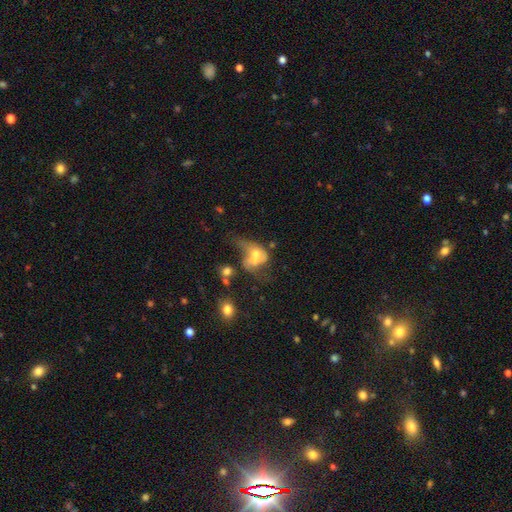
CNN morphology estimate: This appears to be a smooth galaxy with no disk features (47%). Merging: merger (38%).